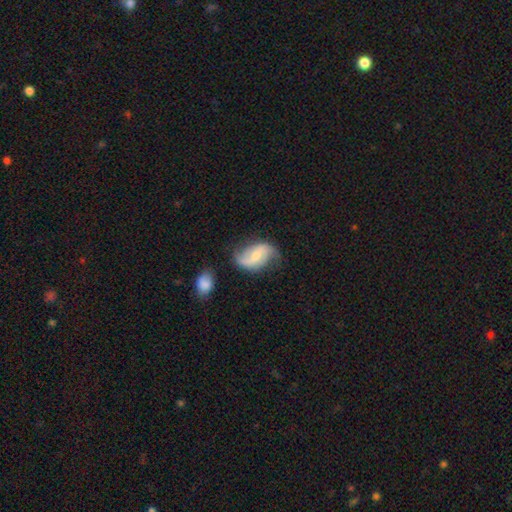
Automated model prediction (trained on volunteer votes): smooth_or_featured: featured or disk (p=0.72) [alt: smooth p=0.21]
disk_edge_on: no (p=0.97) [alt: yes p=0.03]
bar: weak (p=0.47) [alt: no p=0.31]
has_spiral_arms: yes (p=0.91) [alt: no p=0.09]
spiral_winding: loose (p=0.63) [alt: medium p=0.28]
spiral_arm_count: 2 (p=0.86) [alt: can't tell p=0.06]
bulge_size: small (p=0.48) [alt: moderate p=0.45]
merging: none (p=0.59) [alt: minor disturbance p=0.25]